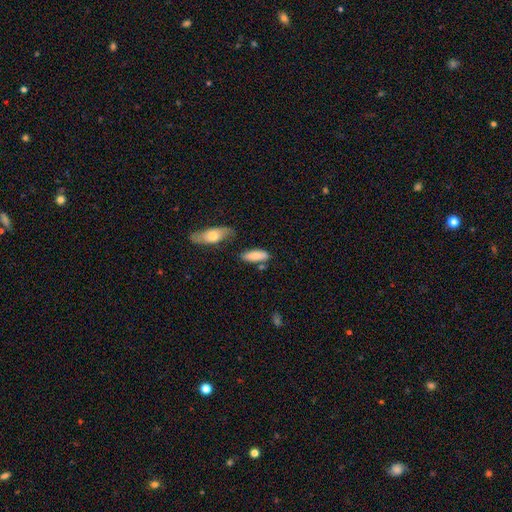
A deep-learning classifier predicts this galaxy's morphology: type=smooth (79%); roundness=in between (73%); merging=none (66%).